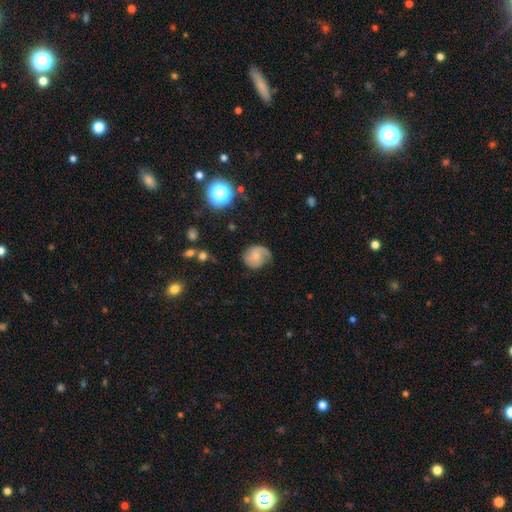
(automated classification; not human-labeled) This appears to be a featured or disk galaxy (54%) with no bar (70%), spiral arms (89%) and a small central bulge (54%). Merging: none (59%).